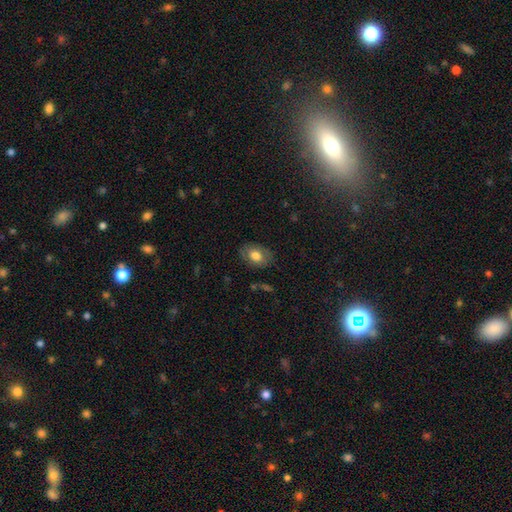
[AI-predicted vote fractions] The model was most divided on "smooth or featured": smooth: 72%, featured or disk: 21%, star or artifact: 7%. More confident: how rounded — in between (82%); merging — none (80%).